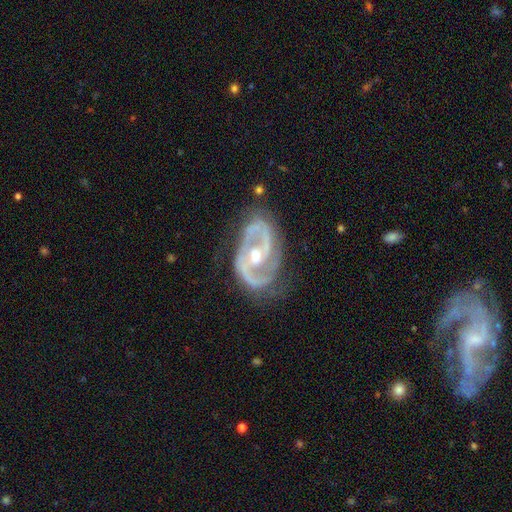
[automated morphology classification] type=featured or disk (90%); edge-on=no (96%); bar=no (38%); spiral arms=yes (94%); winding=medium (50%); arm count=2 (87%); bulge=moderate (68%); merging=none (72%).